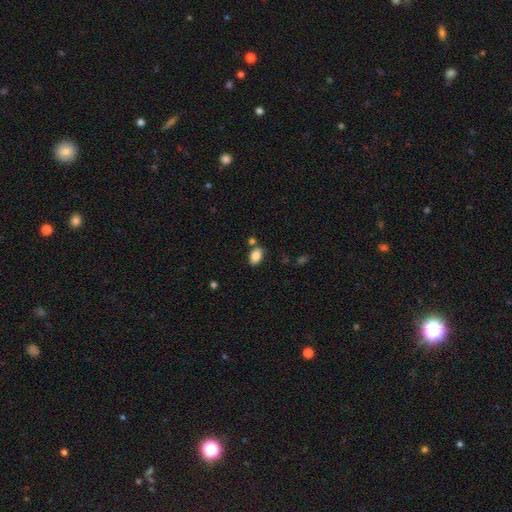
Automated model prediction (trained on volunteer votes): smooth_or_featured: smooth (p=0.86) [alt: star or artifact p=0.08]
how_rounded: in between (p=0.89) [alt: round p=0.10]
merging: none (p=0.73) [alt: minor disturbance p=0.13]